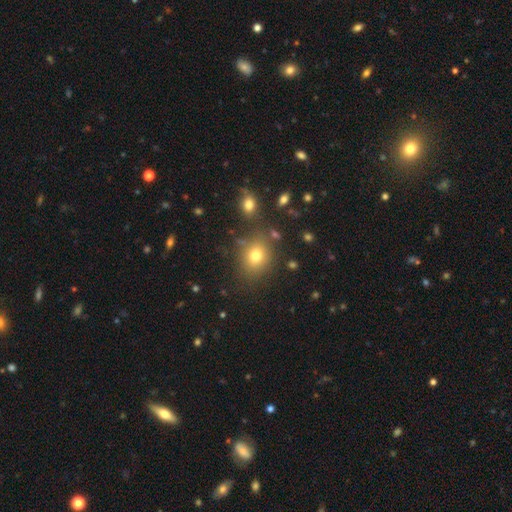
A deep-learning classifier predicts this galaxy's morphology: The model was most divided on "how rounded": round: 59%, in between: 40%, cigar-shaped: 1%. More confident: merging — none (78%); smooth or featured — smooth (75%).